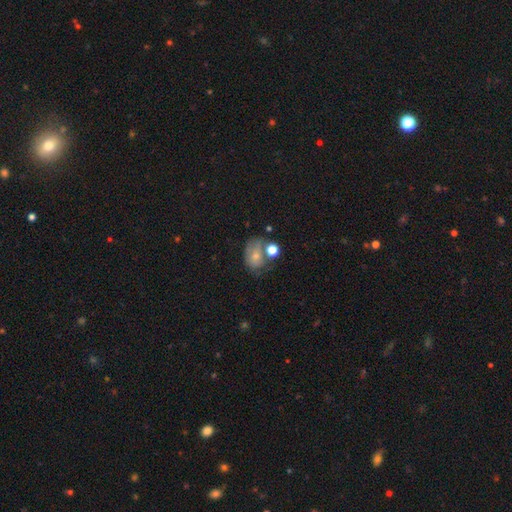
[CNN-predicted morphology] Q: Smooth or featured?
A: smooth (65%); runner-up: featured or disk (23%)
Q: How rounded?
A: in between (59%); runner-up: round (40%)
Q: Merging?
A: none (35%); runner-up: merger (25%)